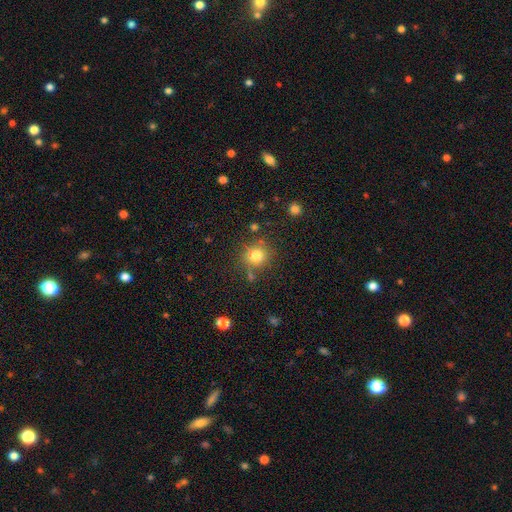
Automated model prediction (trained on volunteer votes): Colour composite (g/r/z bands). It shows a smooth galaxy with no disk features (77%) that is round (88%). Merging: none (72%).